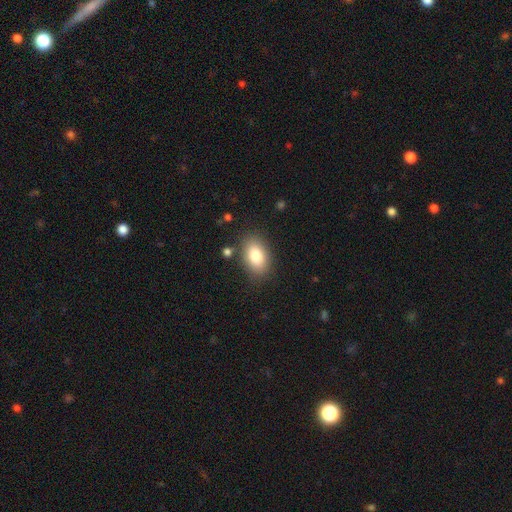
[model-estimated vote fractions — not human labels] Morphology: type=smooth (82%); roundness=in between (89%); merging=none (83%).